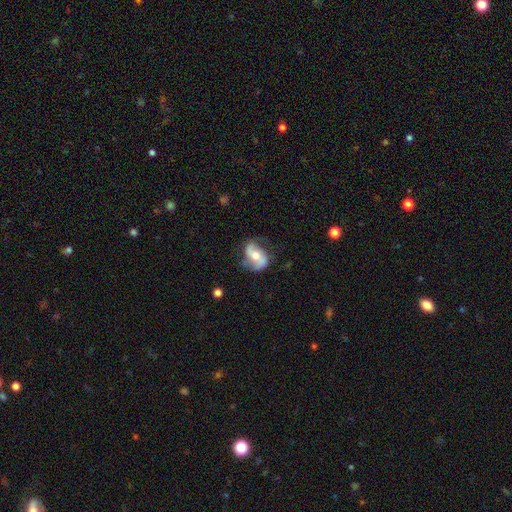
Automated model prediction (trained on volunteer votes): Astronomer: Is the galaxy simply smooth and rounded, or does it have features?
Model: featured or disk — 70%.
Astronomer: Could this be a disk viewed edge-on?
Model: no — 96%.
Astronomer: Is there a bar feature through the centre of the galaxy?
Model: no — 41% (runner-up: weak, 34%).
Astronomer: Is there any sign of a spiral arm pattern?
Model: yes — 87%.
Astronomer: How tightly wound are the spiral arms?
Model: loose — 47% (runner-up: medium, 38%).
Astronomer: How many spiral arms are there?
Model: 2 — 87%.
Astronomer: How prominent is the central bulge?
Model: moderate — 67%.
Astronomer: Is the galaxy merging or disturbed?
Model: none — 63%.